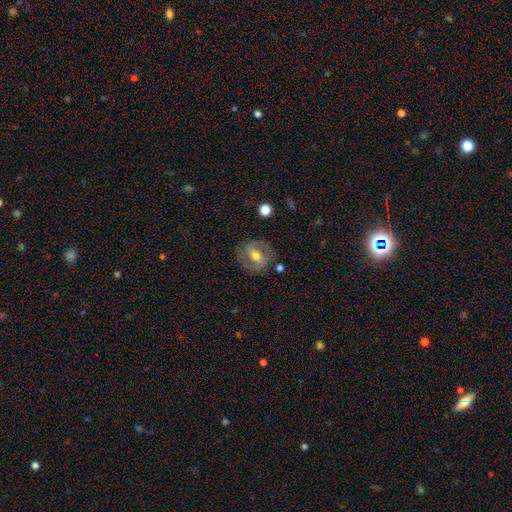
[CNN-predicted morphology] Q: Smooth or featured?
A: featured or disk (62%); runner-up: smooth (31%)
Q: Edge-on disk?
A: no (94%); runner-up: yes (6%)
Q: Bar?
A: weak (41%); runner-up: strong (32%)
Q: Spiral arms?
A: yes (65%); runner-up: no (35%)
Q: Bulge size?
A: moderate (72%); runner-up: small (17%)
Q: Merging?
A: none (78%); runner-up: minor disturbance (14%)